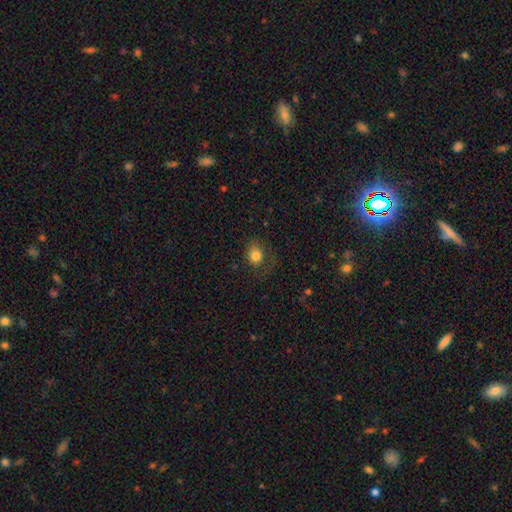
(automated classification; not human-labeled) The model was most divided on "how rounded": round: 60%, in between: 39%, cigar-shaped: 1%. More confident: smooth or featured — smooth (80%); merging — none (63%).